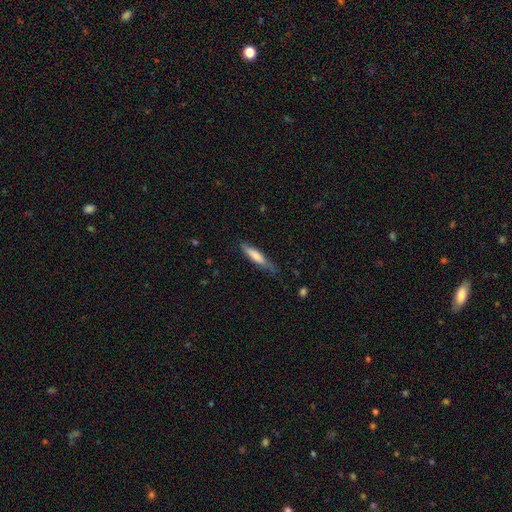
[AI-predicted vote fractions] Smooth or featured: smooth — 73% (featured or disk — 22%)
How rounded: cigar-shaped — 77% (in between — 22%)
Merging: none — 66% (minor disturbance — 26%)